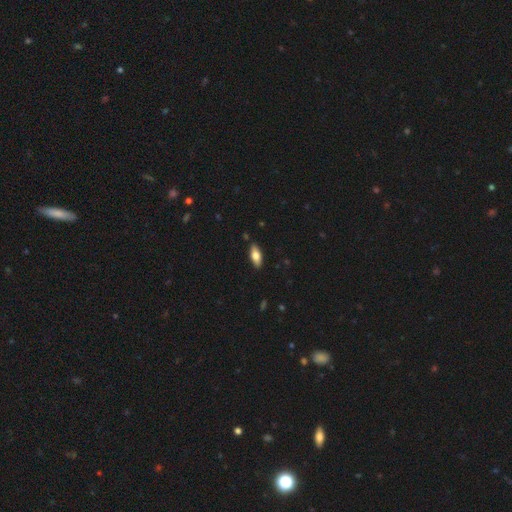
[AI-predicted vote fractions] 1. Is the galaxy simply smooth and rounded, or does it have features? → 69% smooth, 25% featured or disk, 6% star or artifact.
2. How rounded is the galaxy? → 79% in between, 19% cigar-shaped, 2% round.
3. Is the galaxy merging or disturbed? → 88% none, 9% minor disturbance, 2% major disturbance, 1% merger.